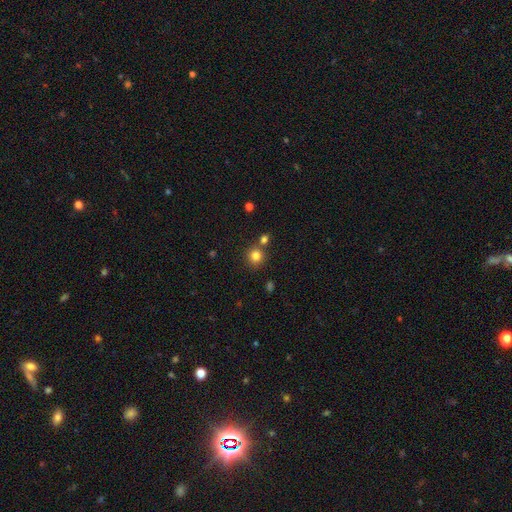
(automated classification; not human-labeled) Overall: smooth (82%). How rounded: round (91%). Merging: none (74%).